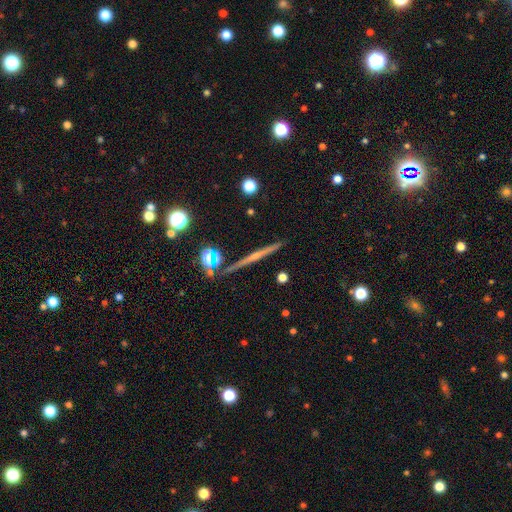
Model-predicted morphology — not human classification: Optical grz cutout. It shows a featured or disk galaxy (70%) viewed edge-on (98%) with a rounded central bulge (57%). Merging: none (89%).